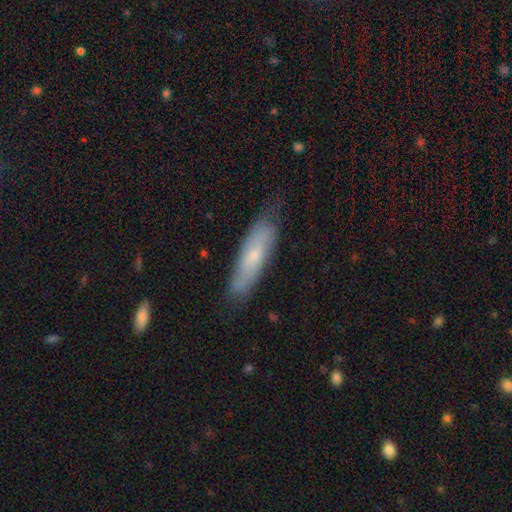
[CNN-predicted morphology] A smooth galaxy with no disk features (51%) that is cigar-shaped (68%). Merging: none (76%).